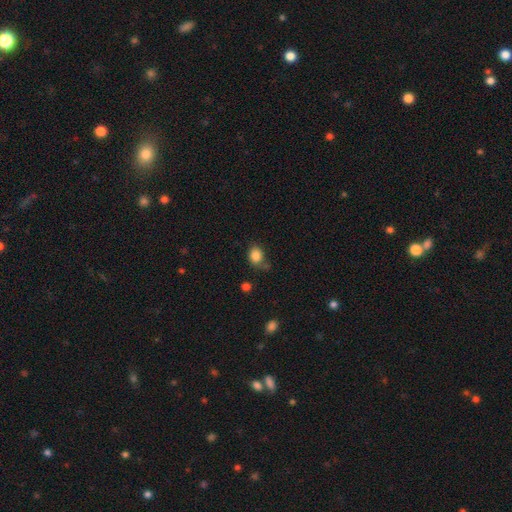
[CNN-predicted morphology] This appears to be a smooth galaxy with no disk features (85%) that is round (52%). Merging: none (67%).